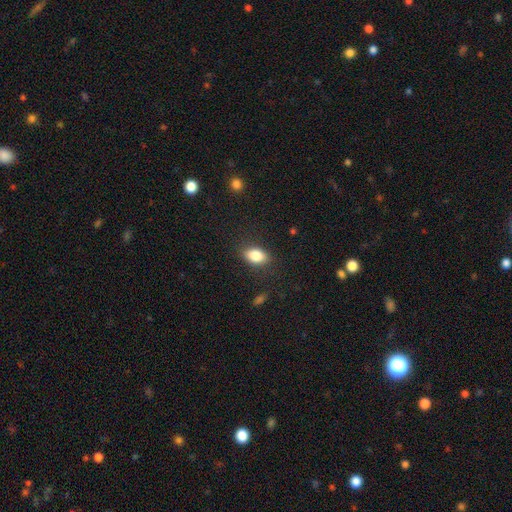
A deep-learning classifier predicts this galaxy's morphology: Smooth or featured?
  - smooth: 83% *
  - featured or disk: 9%
  - star or artifact: 8%
How rounded?
  - in between: 85% *
  - round: 12%
  - cigar-shaped: 3%
Merging?
  - none: 84% *
  - minor disturbance: 11%
  - major disturbance: 3%
  - merger: 1%